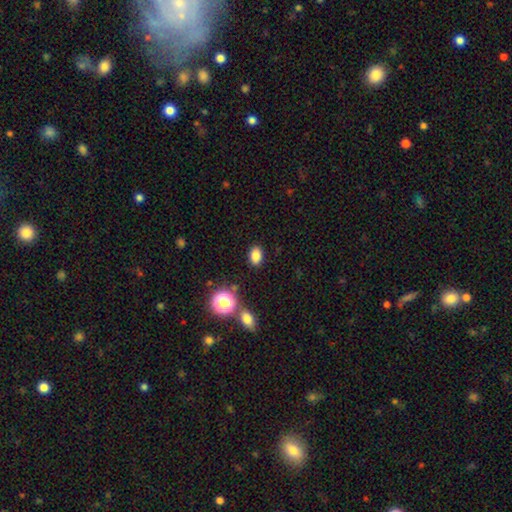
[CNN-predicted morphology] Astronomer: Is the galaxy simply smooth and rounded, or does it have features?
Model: smooth — 82%.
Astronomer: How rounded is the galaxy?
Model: in between — 78%.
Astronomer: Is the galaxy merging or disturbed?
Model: none — 87%.